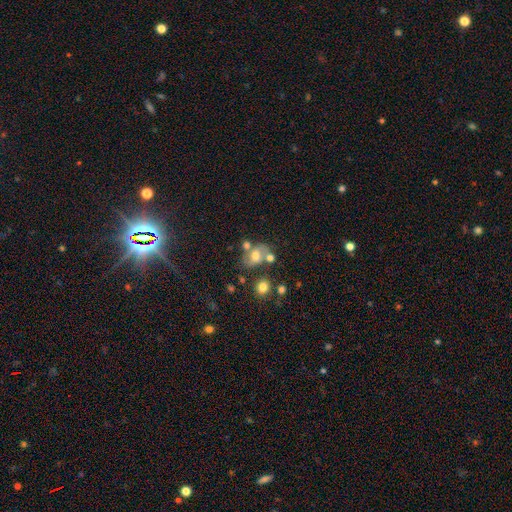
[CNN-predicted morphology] type=smooth (53%); roundness=in between (66%); merging=none (42%).